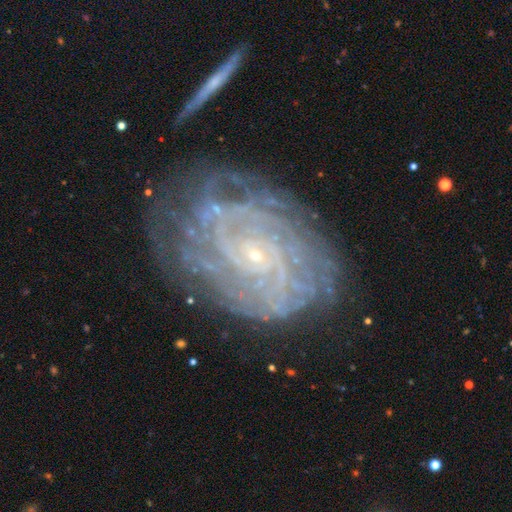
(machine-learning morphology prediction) A featured or disk galaxy (84%) with no bar (71%), tight (79%) spiral arms (93%) and a small central bulge (89%). Merging: none (67%).